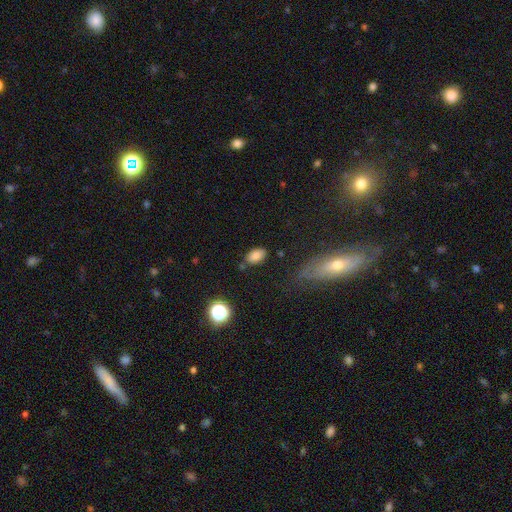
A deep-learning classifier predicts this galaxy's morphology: smooth_or_featured: smooth (p=0.80) [alt: star or artifact p=0.12]
how_rounded: in between (p=0.90) [alt: round p=0.08]
merging: none (p=0.74) [alt: minor disturbance p=0.16]